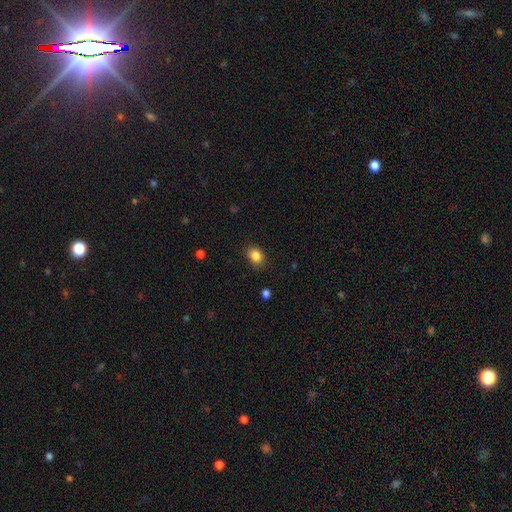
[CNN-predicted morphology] This appears to be a smooth galaxy with no disk features (85%) that is in between round and cigar-shaped (51%). Merging: none (79%).